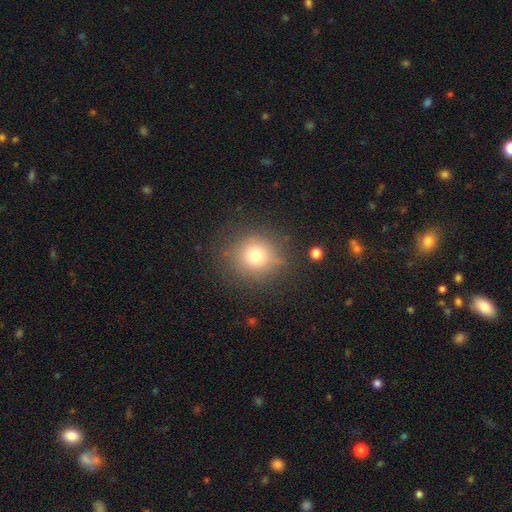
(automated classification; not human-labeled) This appears to be a smooth galaxy with no disk features (73%) that is round (90%). Merging: none (81%).